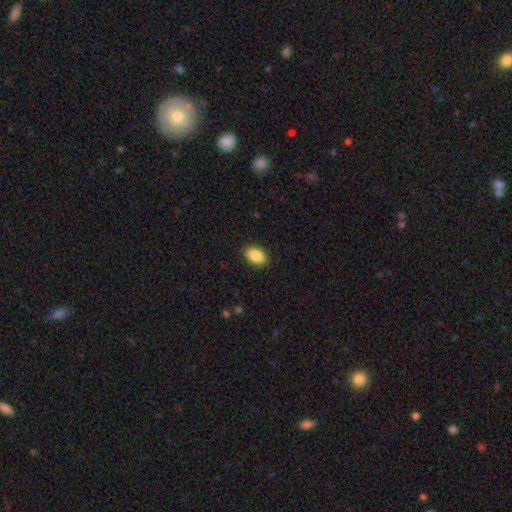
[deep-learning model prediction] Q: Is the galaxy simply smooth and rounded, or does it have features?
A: smooth — 88%.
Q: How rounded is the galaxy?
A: in between — 89%.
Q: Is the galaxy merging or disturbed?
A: none — 89%.